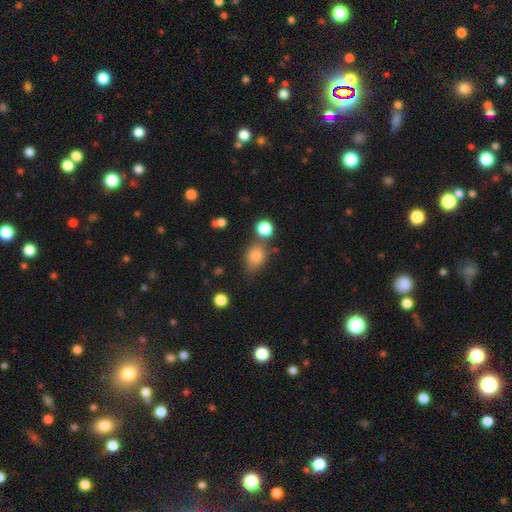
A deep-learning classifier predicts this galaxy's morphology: A smooth galaxy with no disk features (82%) that is in between round and cigar-shaped (56%).

Vote fractions:
- Smooth or featured? smooth: 82% / star or artifact: 11% / featured or disk: 7%
- How rounded? in between: 56% / round: 42% / cigar-shaped: 2%
- Merging? none: 61% / minor disturbance: 20% / merger: 12% / major disturbance: 6%